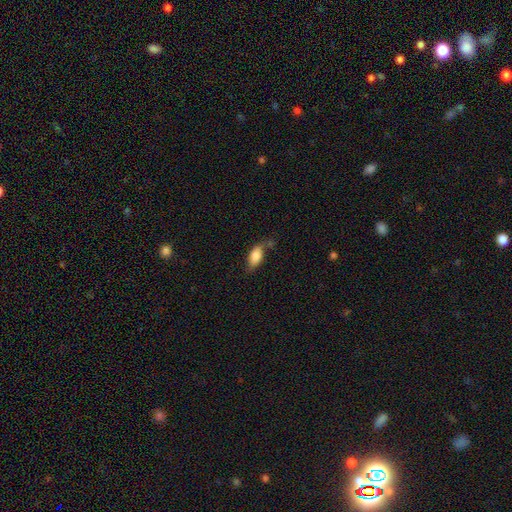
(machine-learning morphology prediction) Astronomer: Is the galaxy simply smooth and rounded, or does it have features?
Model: smooth — 82%.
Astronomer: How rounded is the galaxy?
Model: in between — 89%.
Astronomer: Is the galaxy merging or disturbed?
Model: none — 53% (runner-up: minor disturbance, 29%).